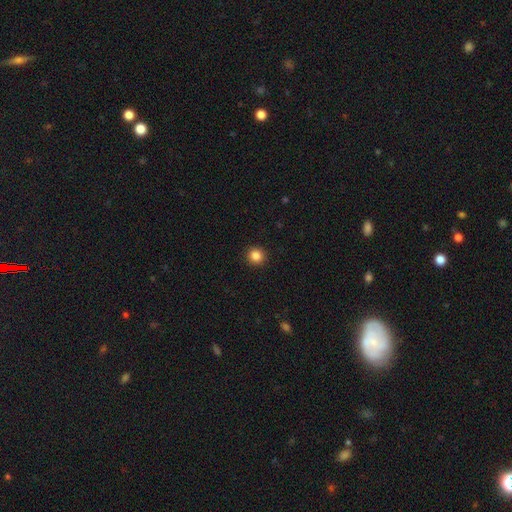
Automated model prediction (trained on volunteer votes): A smooth galaxy with no disk features (86%) that is round (93%).

Vote fractions:
- Smooth or featured? smooth: 86% / star or artifact: 11% / featured or disk: 4%
- How rounded? round: 93% / in between: 6% / cigar-shaped: 1%
- Merging? none: 93% / minor disturbance: 4% / major disturbance: 2% / merger: 1%